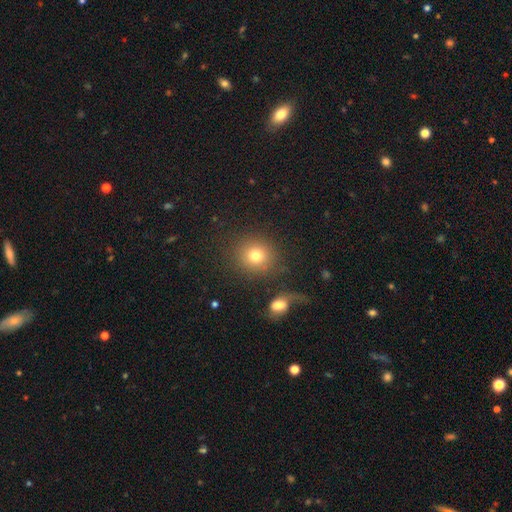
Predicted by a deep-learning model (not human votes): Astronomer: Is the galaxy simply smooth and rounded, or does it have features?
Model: smooth — 78%.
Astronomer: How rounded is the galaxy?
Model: round — 85%.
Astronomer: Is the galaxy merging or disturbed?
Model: none — 78%.